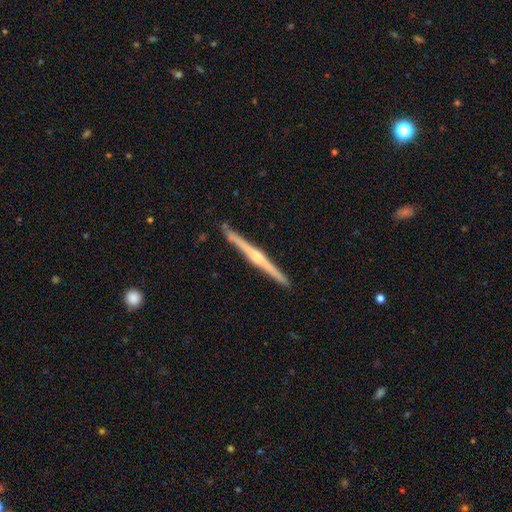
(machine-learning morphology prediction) The model was most divided on "edge-on bulge": rounded: 75%, none: 13%, boxy: 12%. More confident: edge-on disk — yes (99%); merging — none (91%); smooth or featured — featured or disk (80%).